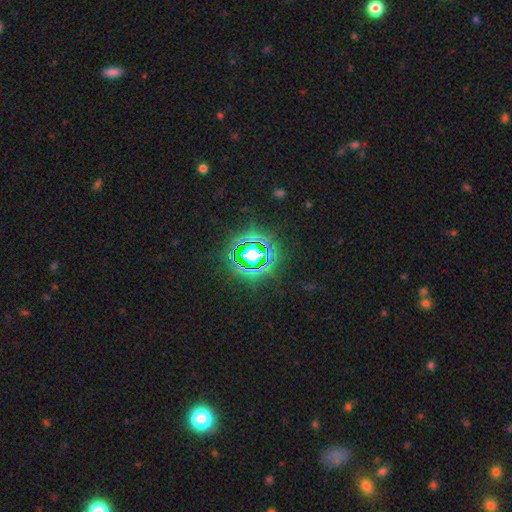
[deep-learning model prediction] Overall: star or artifact (81%).